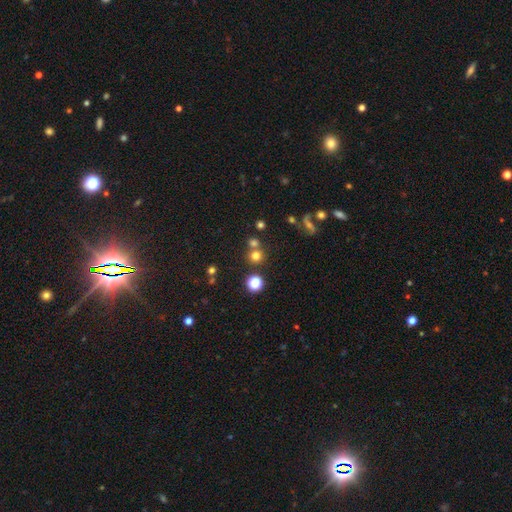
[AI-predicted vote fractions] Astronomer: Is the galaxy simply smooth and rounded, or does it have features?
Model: smooth — 70%.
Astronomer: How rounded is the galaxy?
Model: round — 91%.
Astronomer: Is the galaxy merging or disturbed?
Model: none — 66%.